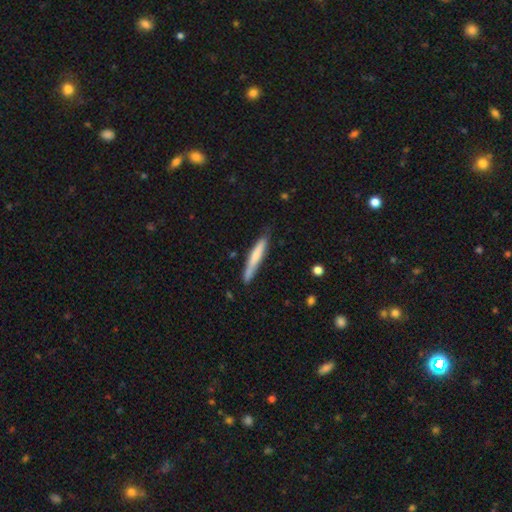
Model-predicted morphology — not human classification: Smooth or featured? smooth (66%)
How rounded? cigar-shaped (94%)
Merging? none (78%)